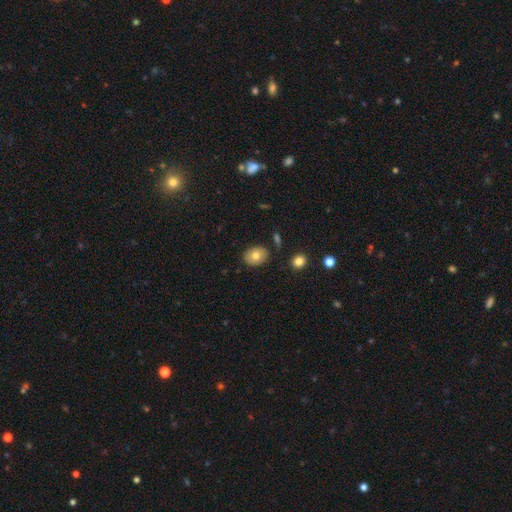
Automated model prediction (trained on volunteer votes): Smooth or featured?
  - smooth: 76% *
  - featured or disk: 15%
  - star or artifact: 9%
How rounded?
  - in between: 59% *
  - round: 40%
  - cigar-shaped: 1%
Merging?
  - none: 83% *
  - minor disturbance: 12%
  - merger: 3%
  - major disturbance: 3%